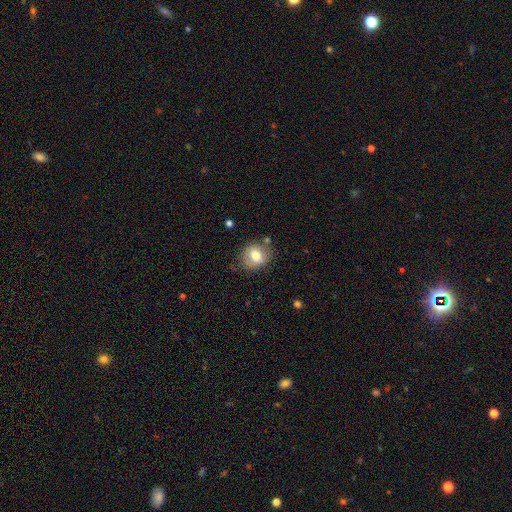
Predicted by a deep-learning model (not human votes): Overall: smooth (74%). How rounded: round (68%; in between 32%). Merging: none (75%).